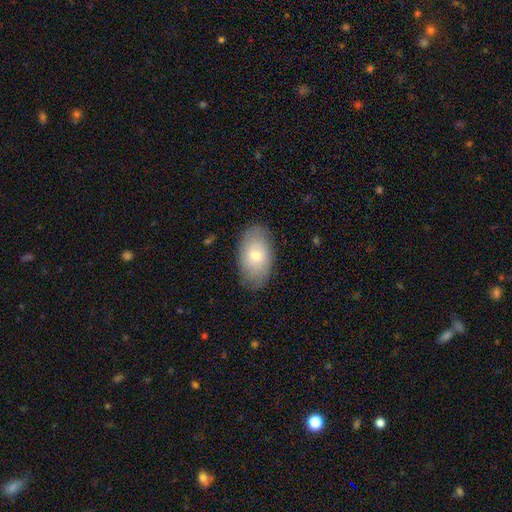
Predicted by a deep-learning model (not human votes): Smooth or featured? Predicted: smooth (p=0.64). How rounded? Predicted: in between (p=0.92). Merging? Predicted: none (p=0.83).